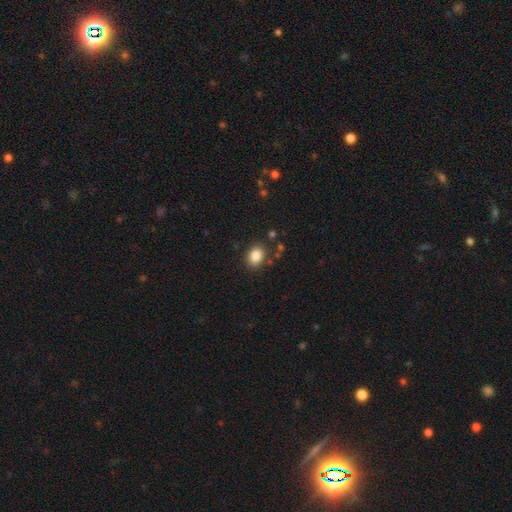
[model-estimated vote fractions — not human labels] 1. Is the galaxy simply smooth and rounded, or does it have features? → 85% smooth, 9% star or artifact, 6% featured or disk.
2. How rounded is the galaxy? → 67% in between, 32% round, 1% cigar-shaped.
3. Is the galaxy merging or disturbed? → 83% none, 10% minor disturbance, 3% merger, 3% major disturbance.